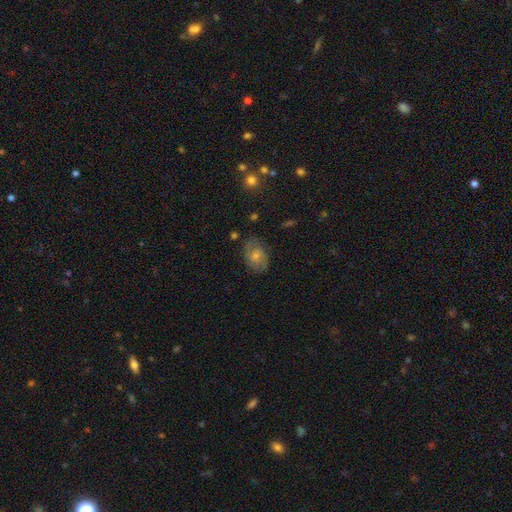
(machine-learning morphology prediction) type=featured or disk (49%); merging=none (76%).